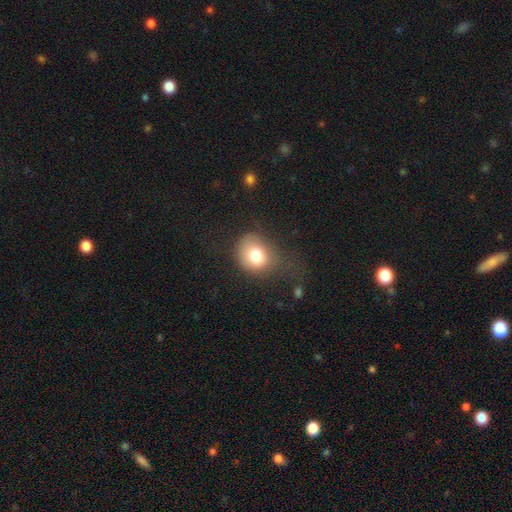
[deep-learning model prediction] This is likely a smooth galaxy (78%). How rounded: likely round (61%). Merging: marginally none (44%).